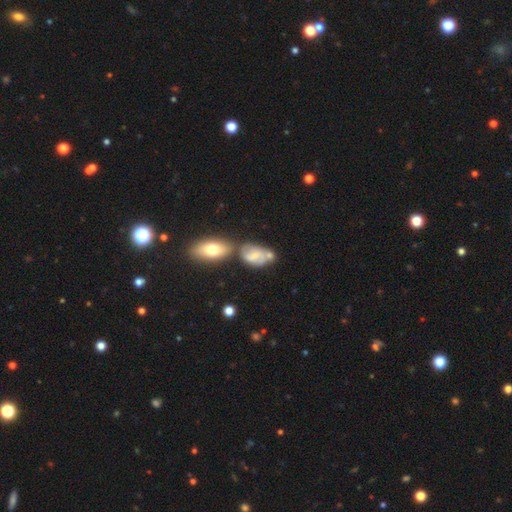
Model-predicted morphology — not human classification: smooth_or_featured: featured or disk (p=0.48) [alt: smooth p=0.44]
merging: none (p=0.41) [alt: merger p=0.31]